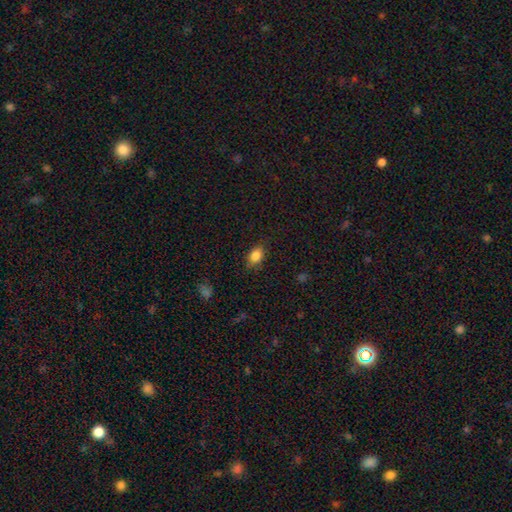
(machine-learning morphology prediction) Smooth or featured?
  - smooth: 85% *
  - star or artifact: 9%
  - featured or disk: 6%
How rounded?
  - in between: 80% *
  - round: 18%
  - cigar-shaped: 2%
Merging?
  - none: 81% *
  - minor disturbance: 15%
  - major disturbance: 3%
  - merger: 1%